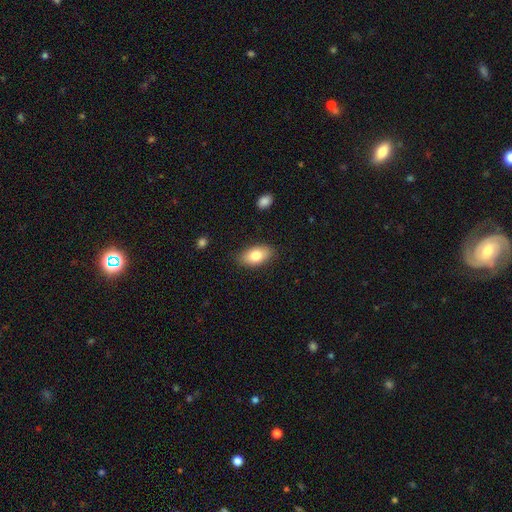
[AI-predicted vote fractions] Smooth or featured: smooth — 79% (featured or disk — 14%)
How rounded: in between — 92% (round — 5%)
Merging: none — 85% (minor disturbance — 11%)